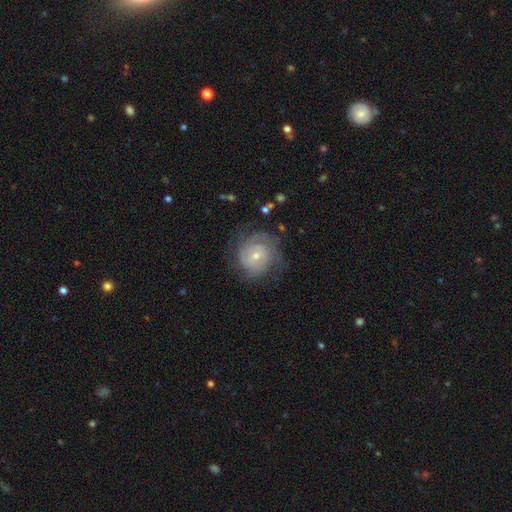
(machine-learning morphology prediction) The model was most divided on "bulge size": small: 56%, moderate: 40%, large: 2%, none: 1%, dominant: 1%. Remaining: edge-on disk — no (97%); spiral arms — yes (88%); smooth or featured — featured or disk (74%); spiral winding — tight (66%); merging — none (63%); bar — no (54%); spiral arm count — can't tell (43%).